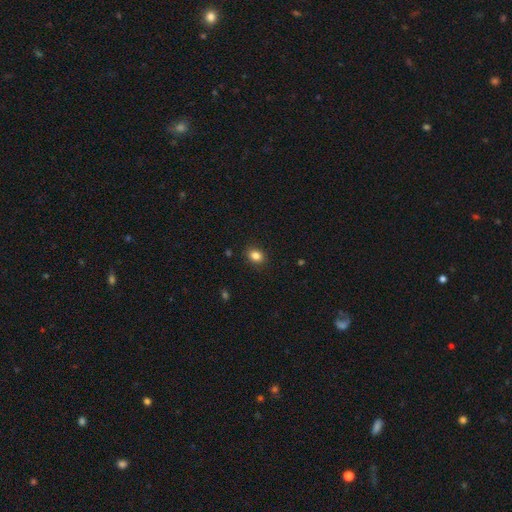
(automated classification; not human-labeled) Smooth or featured?
  - smooth: 85% *
  - star or artifact: 10%
  - featured or disk: 5%
How rounded?
  - in between: 58% *
  - round: 41%
  - cigar-shaped: 1%
Merging?
  - none: 89% *
  - minor disturbance: 8%
  - major disturbance: 2%
  - merger: 1%